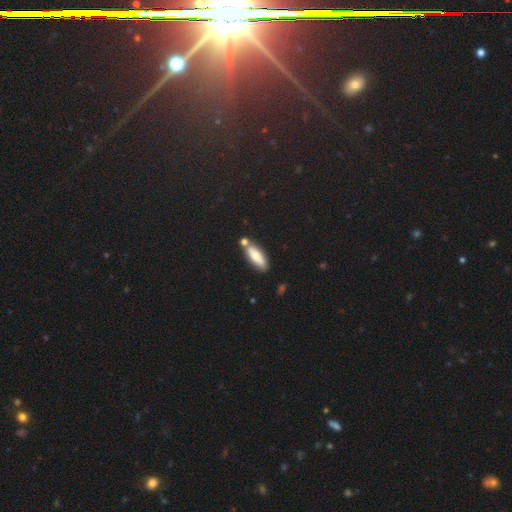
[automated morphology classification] Overall: smooth (66%; featured or disk 27%). How rounded: in between (60%; cigar-shaped 37%). Merging: none (69%).